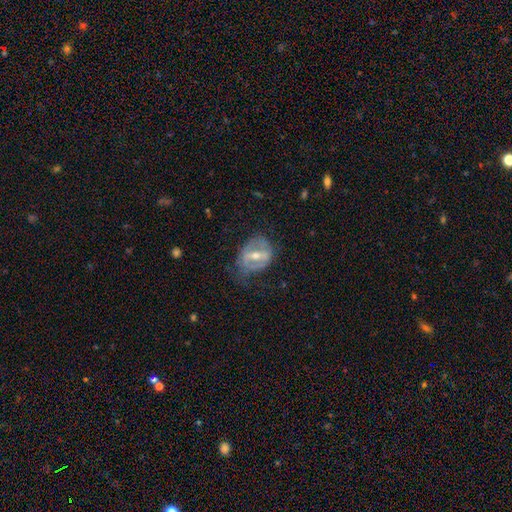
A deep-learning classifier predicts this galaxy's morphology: Q: Smooth or featured?
A: featured or disk (73%); runner-up: smooth (20%)
Q: Edge-on disk?
A: no (91%); runner-up: yes (9%)
Q: Bar?
A: strong (64%); runner-up: weak (26%)
Q: Spiral arms?
A: no (56%); runner-up: yes (44%)
Q: Bulge size?
A: moderate (59%); runner-up: small (36%)
Q: Merging?
A: none (54%); runner-up: minor disturbance (26%)